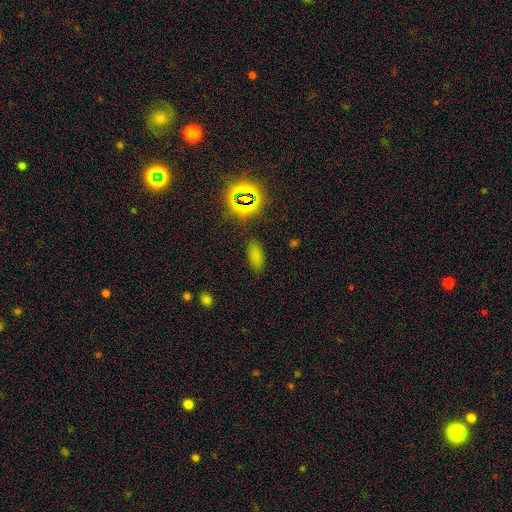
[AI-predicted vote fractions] smooth 72%, star or artifact 23%, featured or disk 6%. Down the decision tree: how rounded — in between (84%); merging — none (82%).